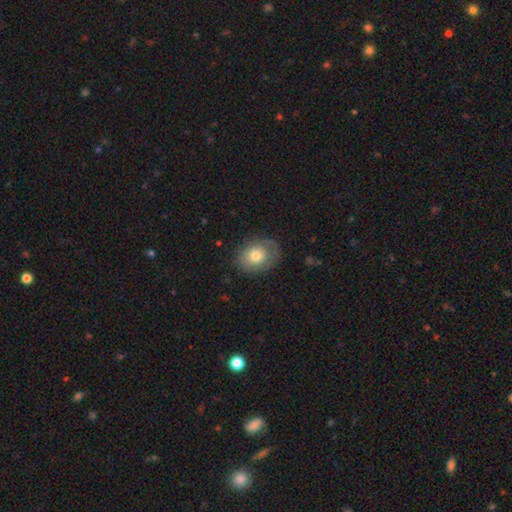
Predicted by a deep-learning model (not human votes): Smooth or featured: smooth — 68% (featured or disk — 24%)
How rounded: in between — 57% (round — 42%)
Merging: none — 74% (minor disturbance — 18%)